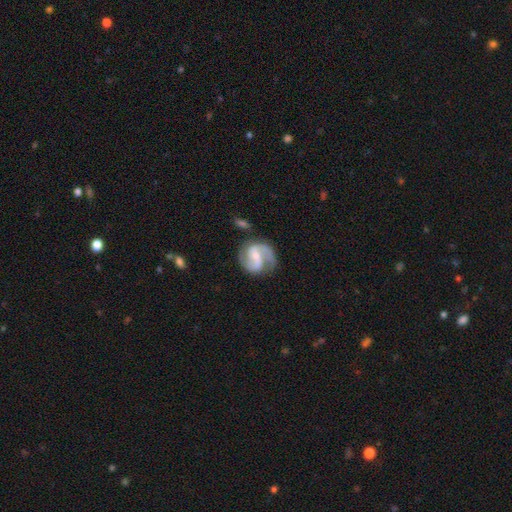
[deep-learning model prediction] The model was most divided on "bar": weak: 46%, strong: 34%, no: 20%. More confident: edge-on disk — no (98%); spiral arms — yes (96%); spiral arm count — 2 (88%); smooth or featured — featured or disk (86%); merging — none (69%); bulge size — small (56%); spiral winding — medium (55%).